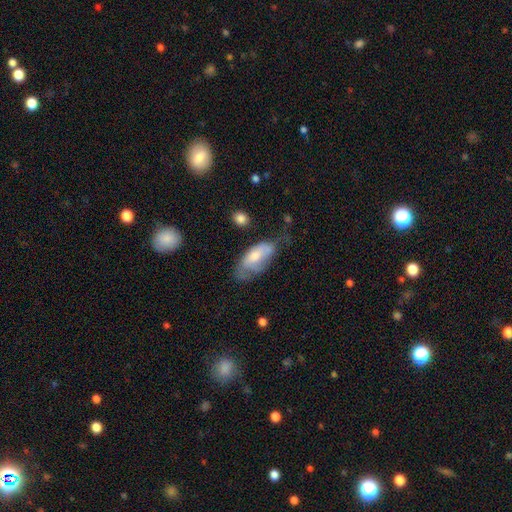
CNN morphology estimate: Smooth or featured?
  - smooth: 58% *
  - featured or disk: 35%
  - star or artifact: 7%
How rounded?
  - in between: 89% *
  - cigar-shaped: 9%
  - round: 3%
Merging?
  - minor disturbance: 35% *
  - none: 33%
  - major disturbance: 28%
  - merger: 4%